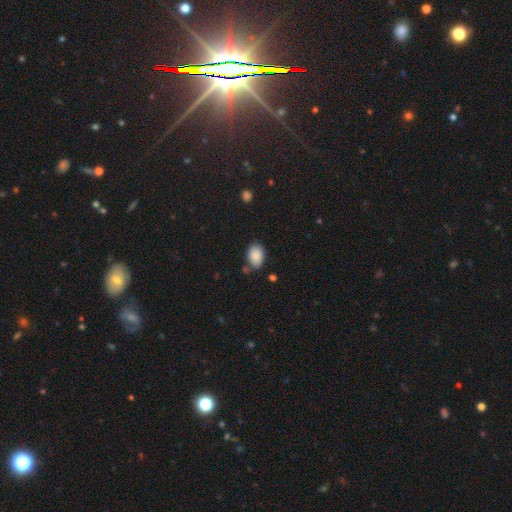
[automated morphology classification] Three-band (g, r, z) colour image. It shows a smooth galaxy with no disk features (88%) that is in between round and cigar-shaped (84%). Merging: none (71%).